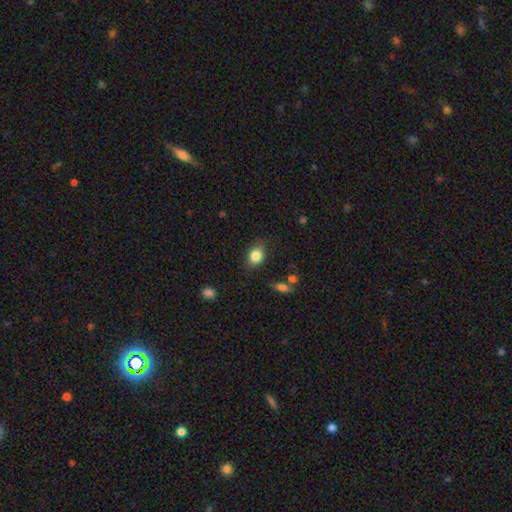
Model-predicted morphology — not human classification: smooth 83%, star or artifact 9%, featured or disk 8%. Down the decision tree: how rounded — in between (62%); merging — none (80%).